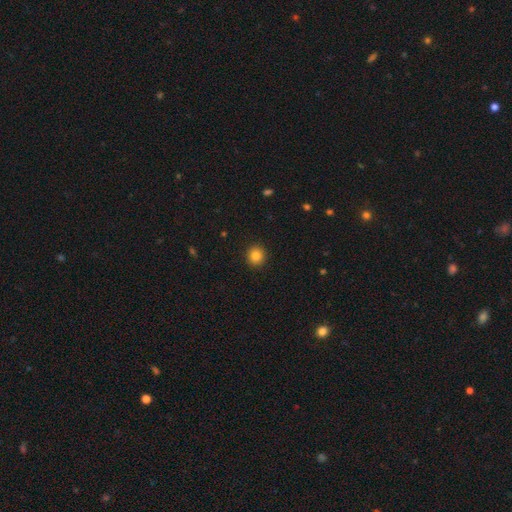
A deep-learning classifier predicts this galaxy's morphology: The model was most divided on "smooth or featured": smooth: 84%, star or artifact: 10%, featured or disk: 5%. More confident: merging — none (92%); how rounded — round (90%).